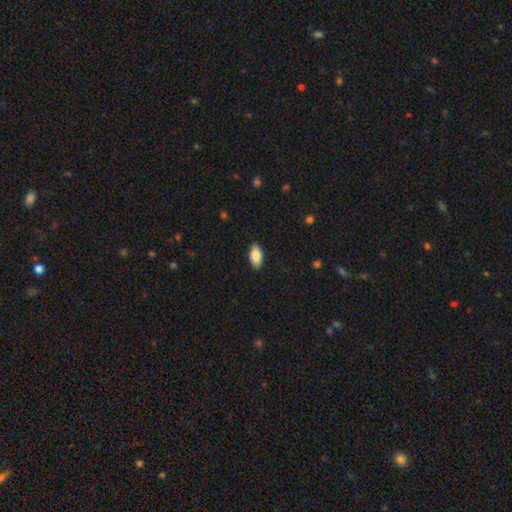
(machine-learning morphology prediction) Smooth or featured? smooth (83%)
How rounded? in between (92%)
Merging? none (89%)